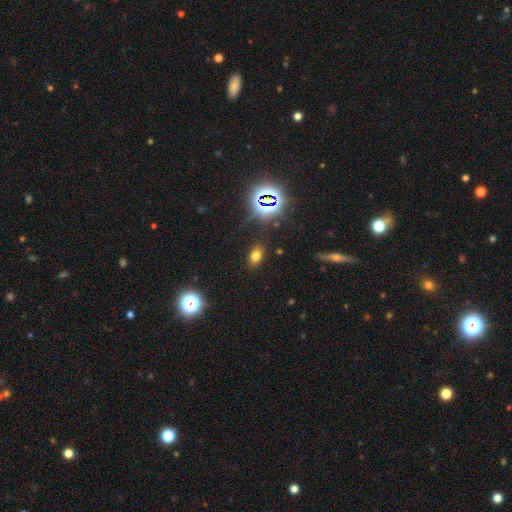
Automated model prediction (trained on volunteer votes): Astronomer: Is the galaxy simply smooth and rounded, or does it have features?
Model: smooth — 67%.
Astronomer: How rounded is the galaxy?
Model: in between — 82%.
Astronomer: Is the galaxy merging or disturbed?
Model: none — 86%.